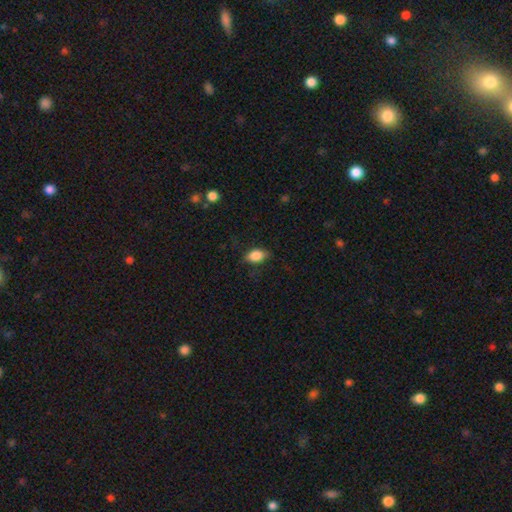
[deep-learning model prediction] The model was most divided on "merging": none: 72%, minor disturbance: 21%, major disturbance: 6%, merger: 1%. More confident: smooth or featured — smooth (85%); how rounded — in between (84%).